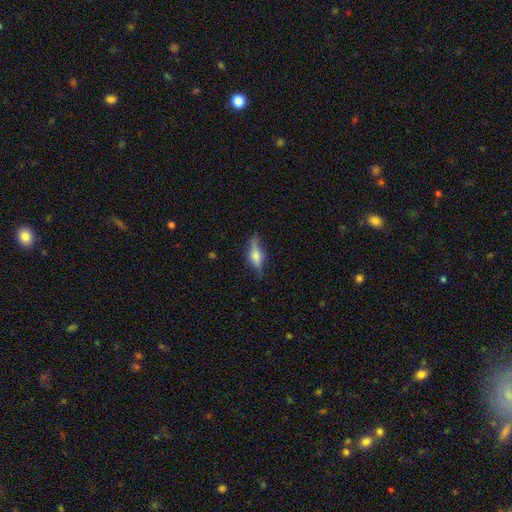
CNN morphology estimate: A smooth galaxy with no disk features (53%) that is in between round and cigar-shaped (60%).

Vote fractions:
- Smooth or featured? smooth: 53% / featured or disk: 39% / star or artifact: 8%
- How rounded? in between: 60% / cigar-shaped: 36% / round: 4%
- Merging? none: 67% / minor disturbance: 24% / major disturbance: 7% / merger: 2%